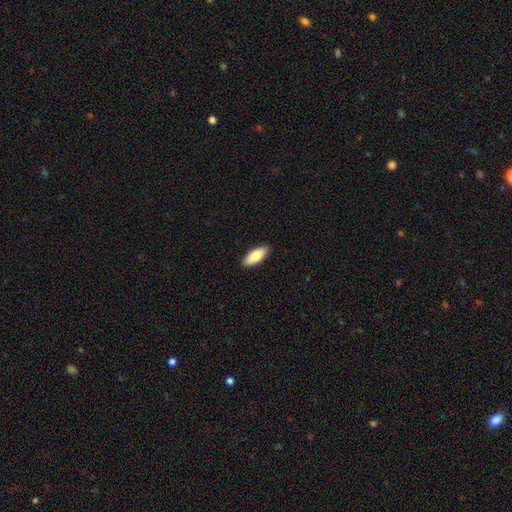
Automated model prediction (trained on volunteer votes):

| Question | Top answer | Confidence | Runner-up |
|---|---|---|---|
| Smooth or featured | smooth | 82% | featured or disk (13%) |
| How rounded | in between | 82% | cigar-shaped (16%) |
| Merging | none | 90% | minor disturbance (7%) |